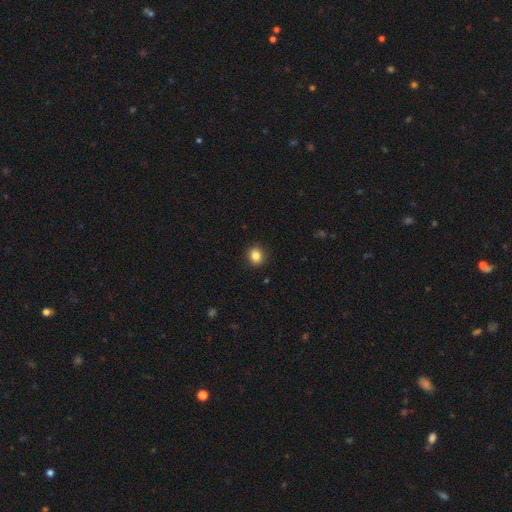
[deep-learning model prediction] smooth_or_featured: smooth (p=0.84) [alt: star or artifact p=0.10]
how_rounded: round (p=0.77) [alt: in between p=0.22]
merging: none (p=0.91) [alt: minor disturbance p=0.06]